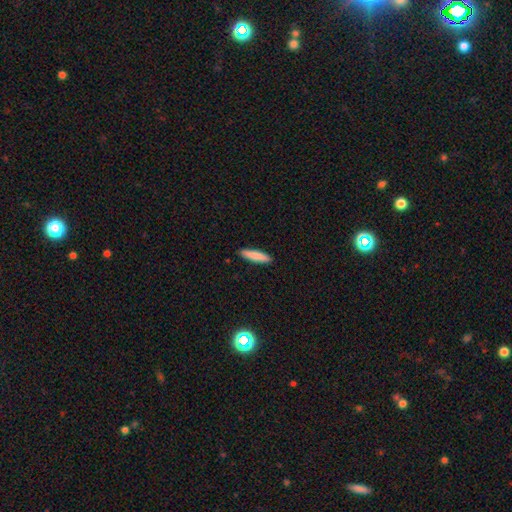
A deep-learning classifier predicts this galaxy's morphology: A smooth galaxy with no disk features (84%) that is cigar-shaped (85%).

Vote fractions:
- Smooth or featured? smooth: 84% / featured or disk: 10% / star or artifact: 6%
- How rounded? cigar-shaped: 85% / in between: 14% / round: 1%
- Merging? none: 90% / minor disturbance: 7% / major disturbance: 2% / merger: 1%